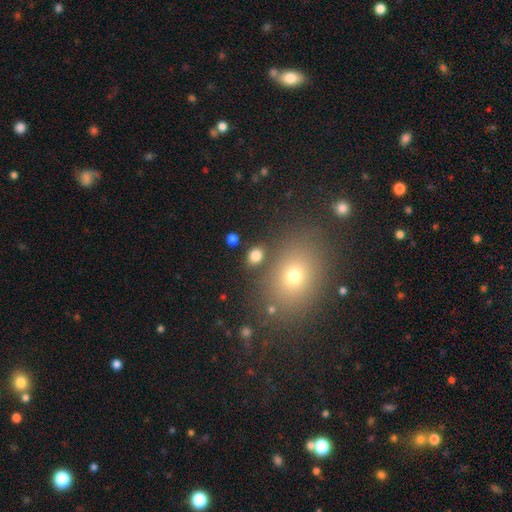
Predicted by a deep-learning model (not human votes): A smooth galaxy with no disk features (79%) that is in between round and cigar-shaped (58%). Merging: none (81%).